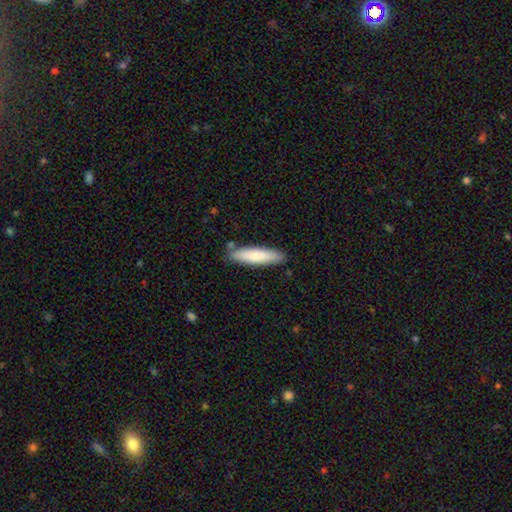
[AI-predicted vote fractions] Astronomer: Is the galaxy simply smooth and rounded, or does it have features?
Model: smooth — 81%.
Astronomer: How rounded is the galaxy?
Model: cigar-shaped — 76%.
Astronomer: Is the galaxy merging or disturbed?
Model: none — 83%.